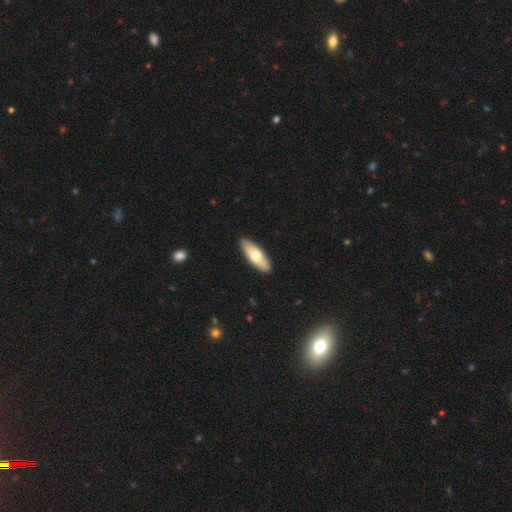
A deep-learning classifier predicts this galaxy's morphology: This is likely a smooth galaxy (63%). How rounded: possibly in between (58%). Merging: clearly none (89%).